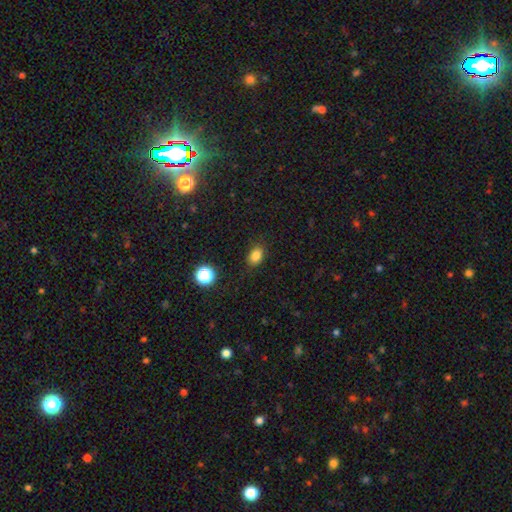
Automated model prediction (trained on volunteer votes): This is clearly a smooth galaxy (82%). How rounded: likely in between (74%). Merging: clearly none (86%).